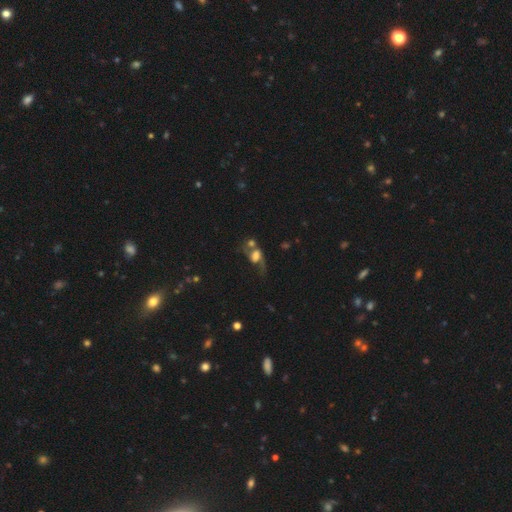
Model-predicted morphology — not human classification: A smooth galaxy with no disk features (47%). Merging: merger (38%).